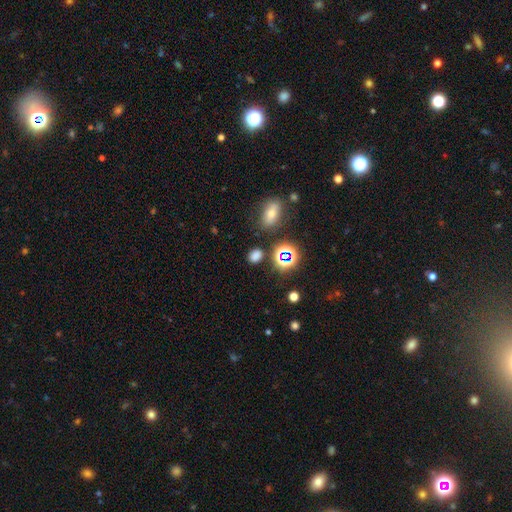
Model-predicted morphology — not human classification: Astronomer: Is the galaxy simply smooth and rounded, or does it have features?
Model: smooth — 68%.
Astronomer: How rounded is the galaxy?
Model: in between — 60% (runner-up: round, 38%).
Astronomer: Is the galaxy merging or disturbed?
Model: none — 80%.